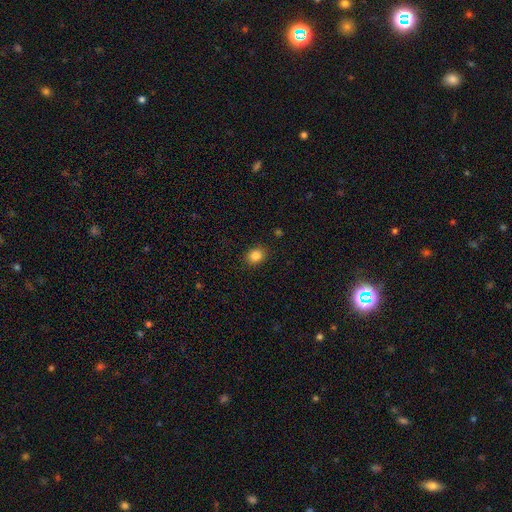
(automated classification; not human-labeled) Overall: smooth (84%). How rounded: round (52%; in between 47%). Merging: none (89%).